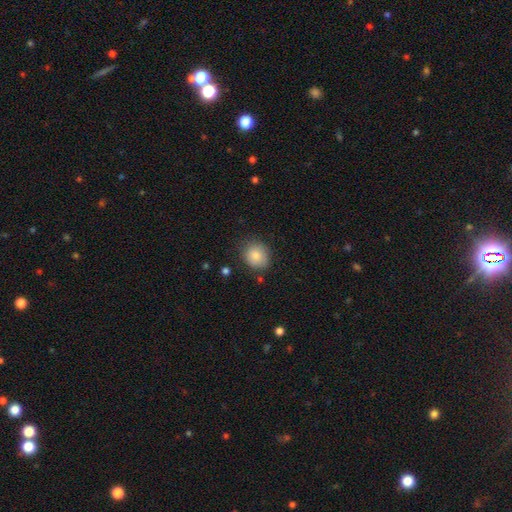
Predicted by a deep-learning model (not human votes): Morphology: type=smooth (84%); roundness=round (73%); merging=none (78%).